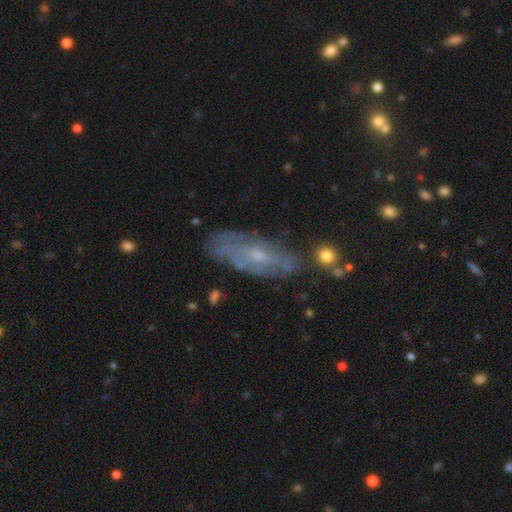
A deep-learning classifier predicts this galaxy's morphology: This is likely a featured or disk galaxy (66%). It is clearly not viewed edge-on (82%). Bar: likely no (65%). Spiral arm pattern: likely yes (69%). Central bulge: likely small (65%). Merging: likely none (67%).